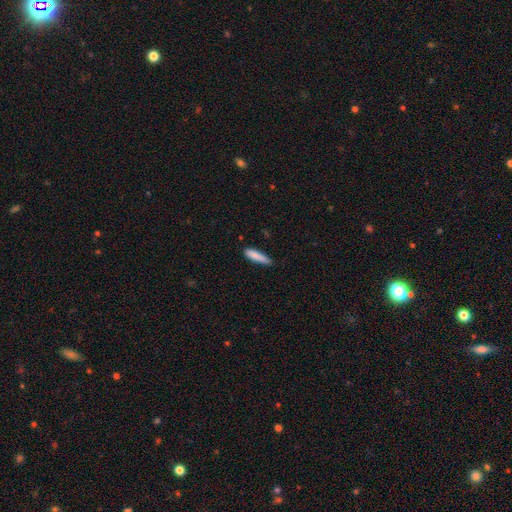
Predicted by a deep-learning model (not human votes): Smooth or featured?
  - smooth: 85% *
  - featured or disk: 8%
  - star or artifact: 6%
How rounded?
  - cigar-shaped: 77% *
  - in between: 21%
  - round: 1%
Merging?
  - none: 72% *
  - minor disturbance: 23%
  - major disturbance: 3%
  - merger: 2%